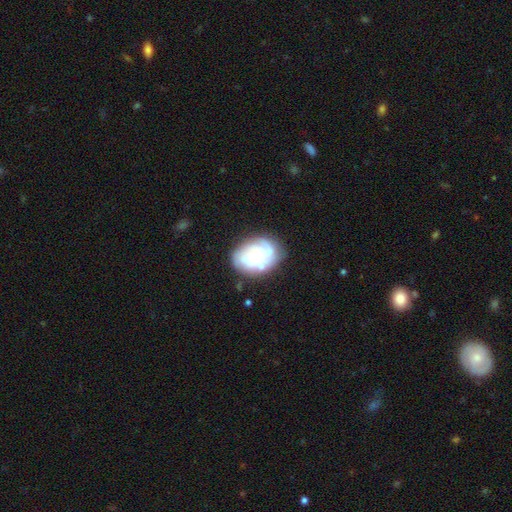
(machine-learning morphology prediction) Smooth or featured: featured or disk — 49% (smooth — 42%)
Merging: none — 62% (minor disturbance — 22%)